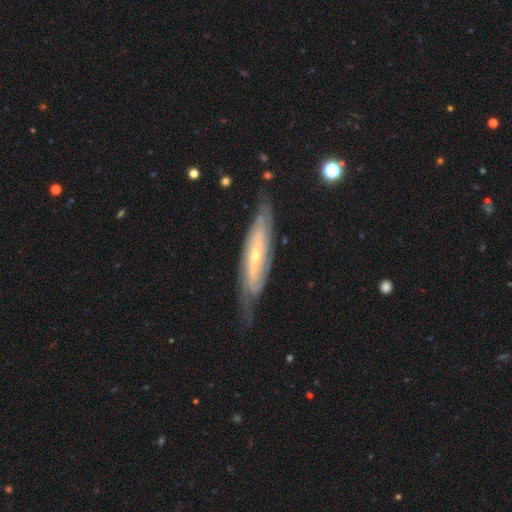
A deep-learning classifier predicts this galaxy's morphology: smooth_or_featured: featured or disk (p=0.79) [alt: smooth p=0.15]
disk_edge_on: no (p=0.65) [alt: yes p=0.35]
bar: no (p=0.50) [alt: weak p=0.30]
has_spiral_arms: yes (p=0.86) [alt: no p=0.14]
bulge_size: small (p=0.70) [alt: moderate p=0.26]
merging: none (p=0.69) [alt: minor disturbance p=0.21]